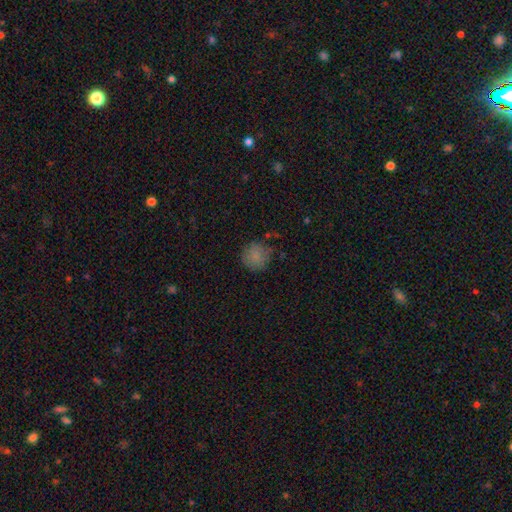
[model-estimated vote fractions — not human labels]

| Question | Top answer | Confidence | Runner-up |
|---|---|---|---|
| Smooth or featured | smooth | 81% | star or artifact (10%) |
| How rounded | round | 91% | in between (8%) |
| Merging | none | 71% | minor disturbance (20%) |